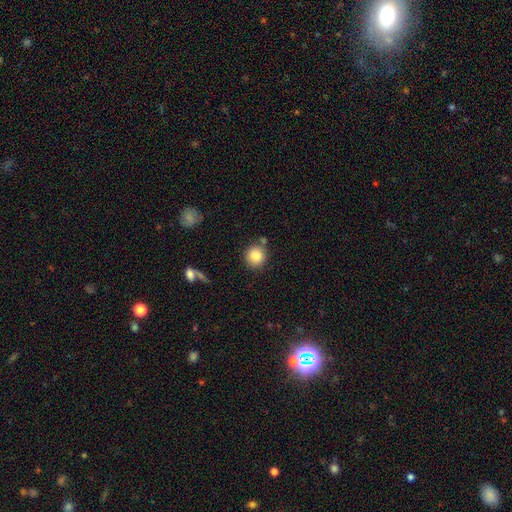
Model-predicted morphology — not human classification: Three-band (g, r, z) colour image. It shows a smooth galaxy with no disk features (86%) that is round (89%). Merging: none (76%).